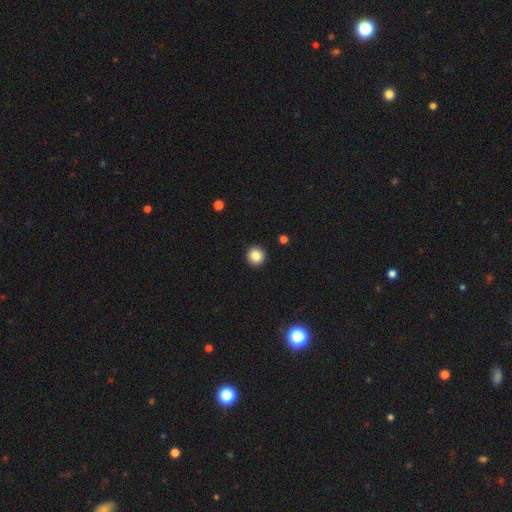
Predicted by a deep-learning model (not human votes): Overall: smooth (85%). How rounded: round (95%). Merging: none (93%).